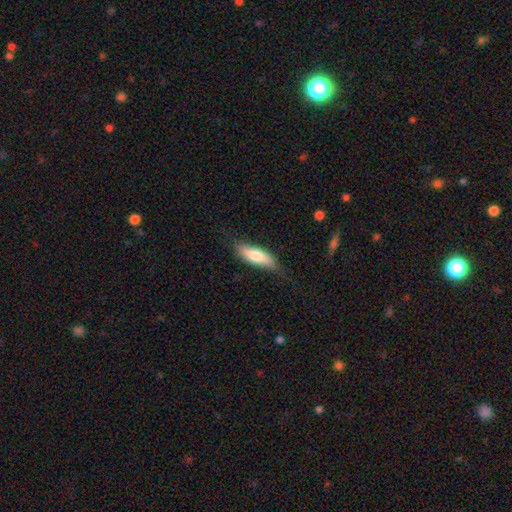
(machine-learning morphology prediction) Smooth or featured: smooth — 74% (featured or disk — 21%)
How rounded: in between — 56% (cigar-shaped — 42%)
Merging: none — 74% (minor disturbance — 20%)